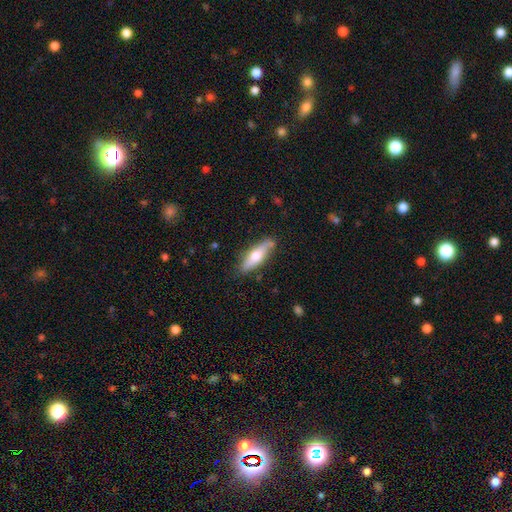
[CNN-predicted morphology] Q: Smooth or featured?
A: smooth (58%); runner-up: featured or disk (36%)
Q: How rounded?
A: cigar-shaped (53%); runner-up: in between (45%)
Q: Merging?
A: none (80%); runner-up: minor disturbance (16%)